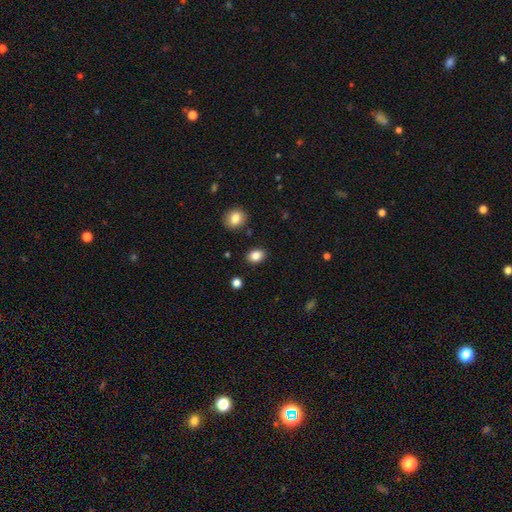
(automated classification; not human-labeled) A smooth galaxy with no disk features (85%) that is in between round and cigar-shaped (74%). Merging: none (87%).